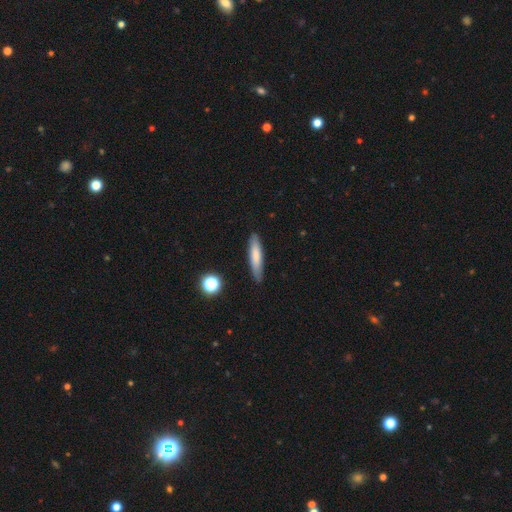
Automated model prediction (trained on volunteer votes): This is likely a smooth galaxy (75%). How rounded: clearly cigar-shaped (85%). Merging: clearly none (87%).